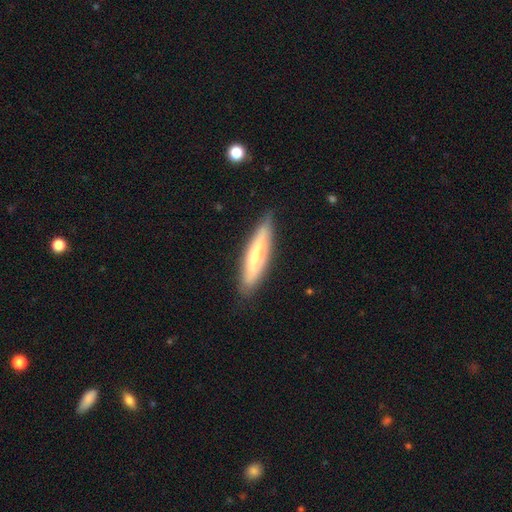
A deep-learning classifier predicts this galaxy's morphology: Overall: smooth (53%; featured or disk 41%). How rounded: cigar-shaped (82%). Merging: none (82%).